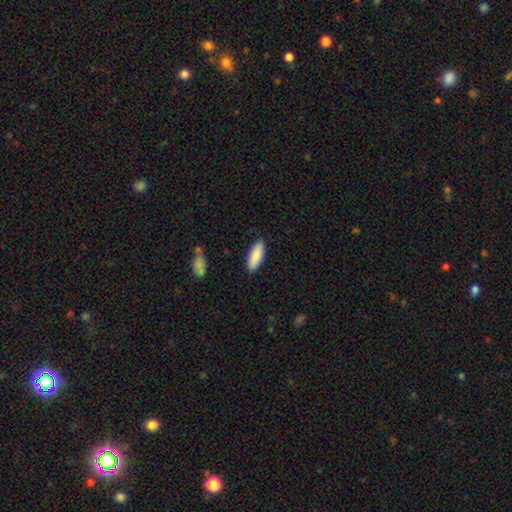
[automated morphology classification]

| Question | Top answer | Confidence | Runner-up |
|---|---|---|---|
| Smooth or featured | smooth | 89% | featured or disk (6%) |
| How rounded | in between | 68% | cigar-shaped (30%) |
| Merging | none | 88% | minor disturbance (8%) |